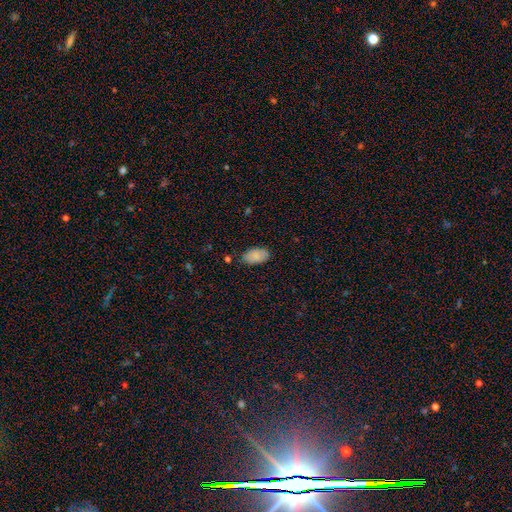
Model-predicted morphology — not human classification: Smooth or featured?
  - smooth: 87% *
  - star or artifact: 7%
  - featured or disk: 6%
How rounded?
  - in between: 95% *
  - round: 3%
  - cigar-shaped: 2%
Merging?
  - none: 82% *
  - minor disturbance: 13%
  - major disturbance: 3%
  - merger: 2%